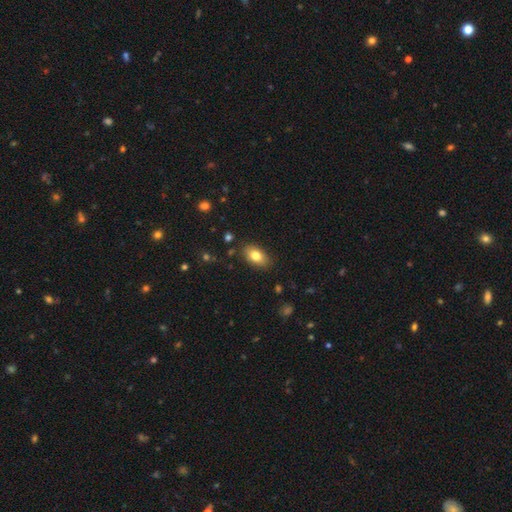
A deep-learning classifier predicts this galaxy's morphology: smooth-or-featured: smooth: 79% | featured or disk: 12% | star or artifact: 8%
  how-rounded: in between: 89% | round: 9% | cigar-shaped: 3%
  merging: none: 85% | minor disturbance: 11% | major disturbance: 3% | merger: 2%